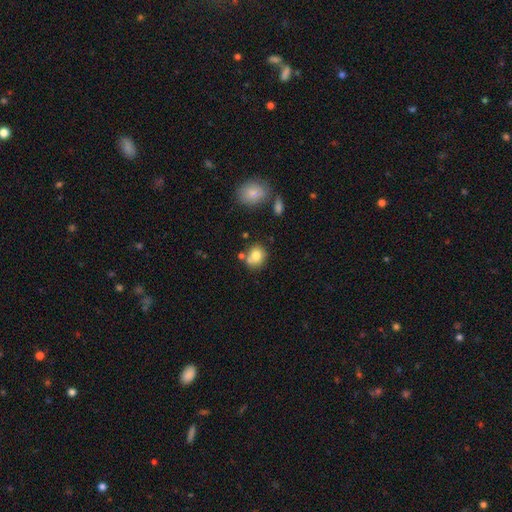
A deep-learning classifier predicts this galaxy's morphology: Smooth or featured? smooth (78%)
How rounded? round (74%)
Merging? none (61%)